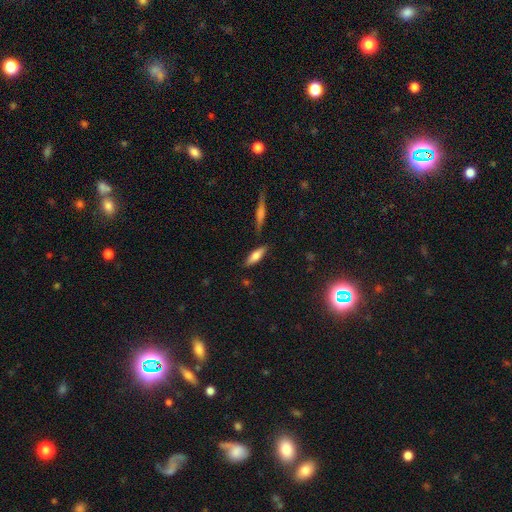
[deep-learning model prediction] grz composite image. It shows a smooth galaxy with no disk features (70%) that is in between round and cigar-shaped (52%). Merging: none (81%).